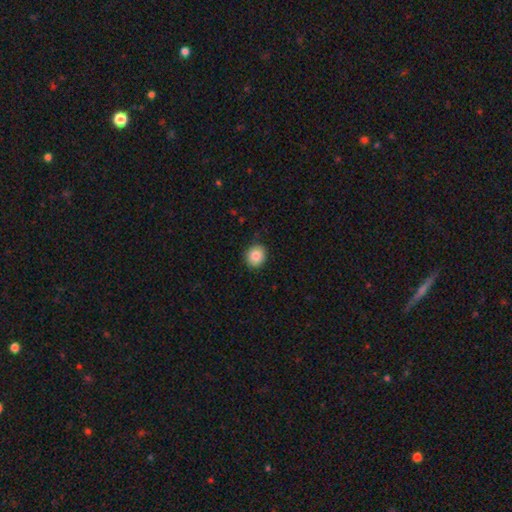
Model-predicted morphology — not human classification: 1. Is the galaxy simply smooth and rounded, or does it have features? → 86% smooth, 8% star or artifact, 6% featured or disk.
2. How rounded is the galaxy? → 71% round, 28% in between, 1% cigar-shaped.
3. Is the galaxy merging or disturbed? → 88% none, 9% minor disturbance, 2% major disturbance, 1% merger.